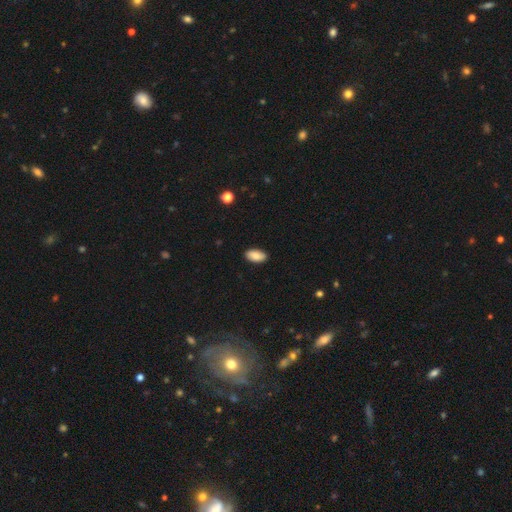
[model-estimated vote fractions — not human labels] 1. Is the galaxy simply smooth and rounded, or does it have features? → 86% smooth, 7% star or artifact, 7% featured or disk.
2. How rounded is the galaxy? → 94% in between, 3% cigar-shaped, 3% round.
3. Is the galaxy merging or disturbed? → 89% none, 8% minor disturbance, 2% major disturbance, 1% merger.